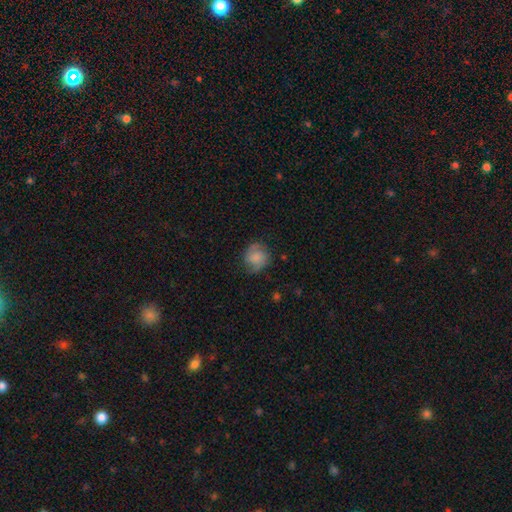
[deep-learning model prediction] The model was most divided on "smooth or featured": smooth: 53%, featured or disk: 39%, star or artifact: 8%. More confident: how rounded — round (80%); merging — none (73%).